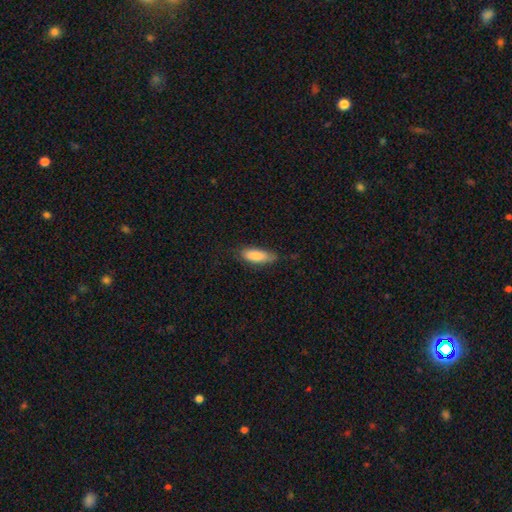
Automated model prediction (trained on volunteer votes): The model was most divided on "how rounded": in between: 63%, cigar-shaped: 35%, round: 2%. More confident: smooth or featured — smooth (82%); merging — none (72%).